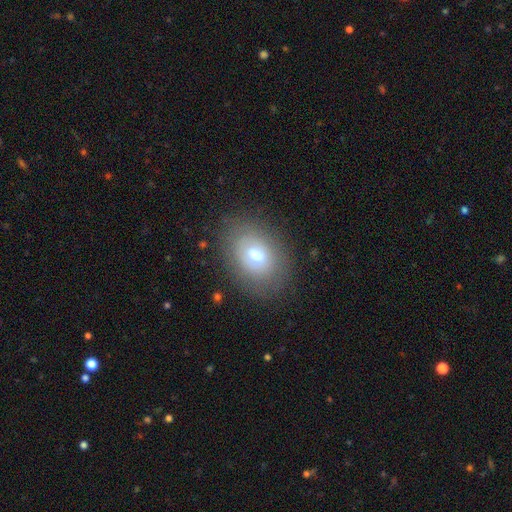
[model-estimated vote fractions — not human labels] Smooth or featured?
  - smooth: 66% *
  - featured or disk: 23%
  - star or artifact: 10%
How rounded?
  - in between: 73% *
  - round: 26%
  - cigar-shaped: 1%
Merging?
  - none: 81% *
  - minor disturbance: 13%
  - major disturbance: 5%
  - merger: 1%